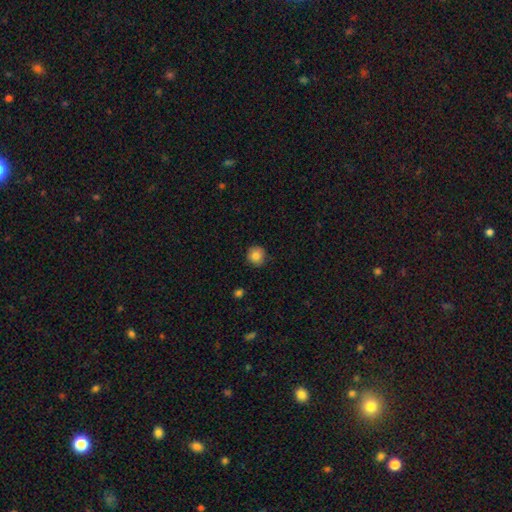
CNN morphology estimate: Smooth or featured: smooth — 83% (star or artifact — 9%)
How rounded: round — 93% (in between — 6%)
Merging: none — 87% (minor disturbance — 10%)